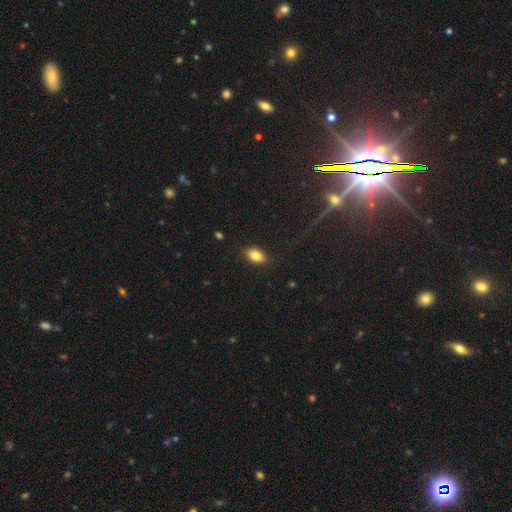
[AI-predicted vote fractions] The model was most divided on "smooth or featured": smooth: 83%, star or artifact: 9%, featured or disk: 9%. More confident: how rounded — in between (89%); merging — none (88%).